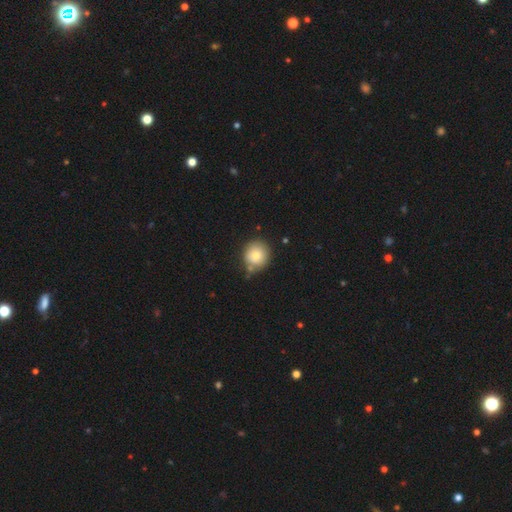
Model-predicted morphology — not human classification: Smooth or featured: smooth — 81% (featured or disk — 10%)
How rounded: round — 90% (in between — 9%)
Merging: none — 75% (minor disturbance — 15%)